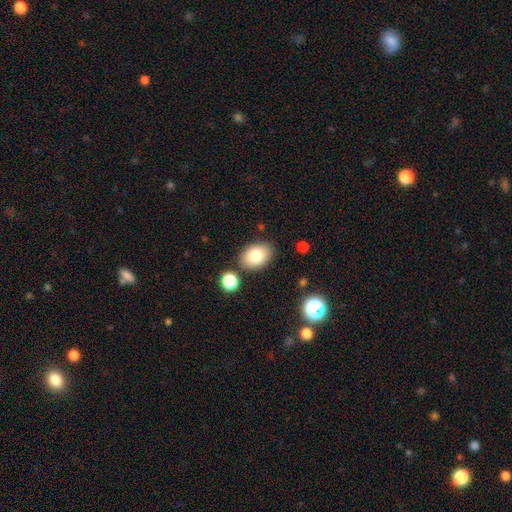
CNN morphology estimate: A smooth galaxy with no disk features (81%) that is in between round and cigar-shaped (82%).

Vote fractions:
- Smooth or featured? smooth: 81% / featured or disk: 10% / star or artifact: 9%
- How rounded? in between: 82% / round: 17% / cigar-shaped: 1%
- Merging? none: 82% / minor disturbance: 10% / merger: 5% / major disturbance: 3%